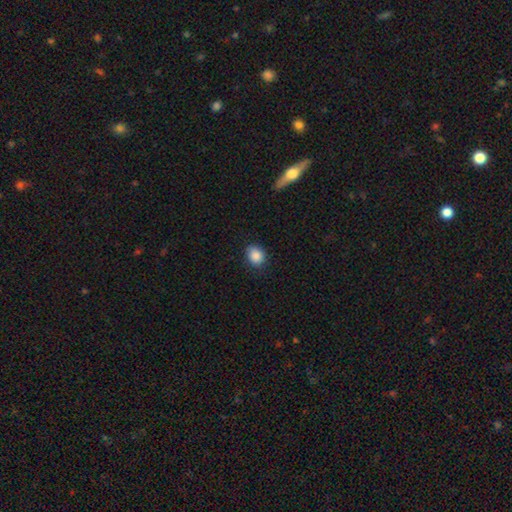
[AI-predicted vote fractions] The model was most divided on "how rounded": round: 53%, in between: 46%, cigar-shaped: 1%. More confident: smooth or featured — smooth (87%); merging — none (80%).